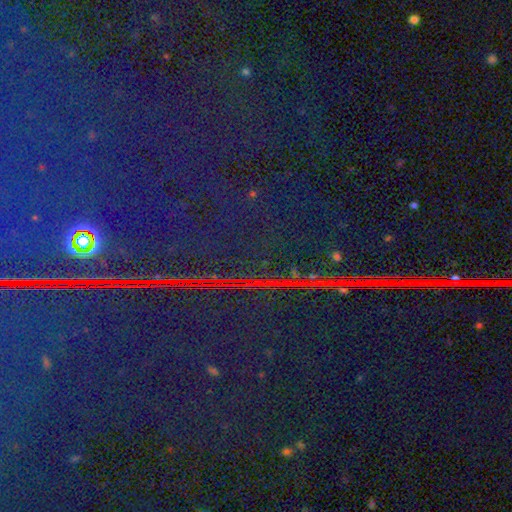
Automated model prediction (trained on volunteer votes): Morphology: type=star or artifact (87%).